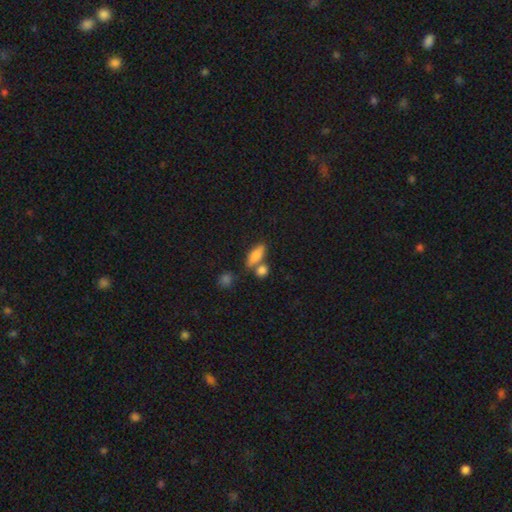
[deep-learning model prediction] Overall: smooth (78%). How rounded: in between (71%). Merging: none (55%; merger 28%).